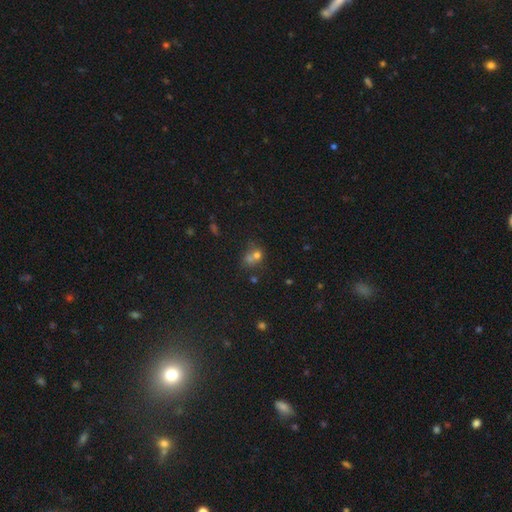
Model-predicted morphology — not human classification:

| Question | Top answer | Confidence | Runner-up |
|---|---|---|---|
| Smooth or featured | smooth | 64% | star or artifact (20%) |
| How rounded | round | 69% | in between (30%) |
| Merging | merger | 48% | none (33%) |